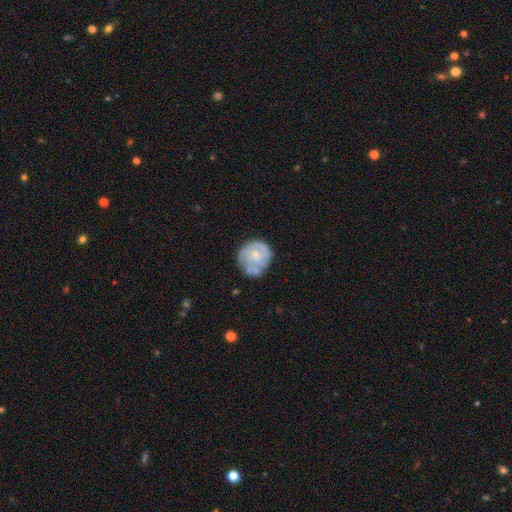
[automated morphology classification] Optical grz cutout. It shows a featured or disk galaxy (54%) with no bar (75%), spiral arms (56%) and a small central bulge (58%). Merging: none (52%).